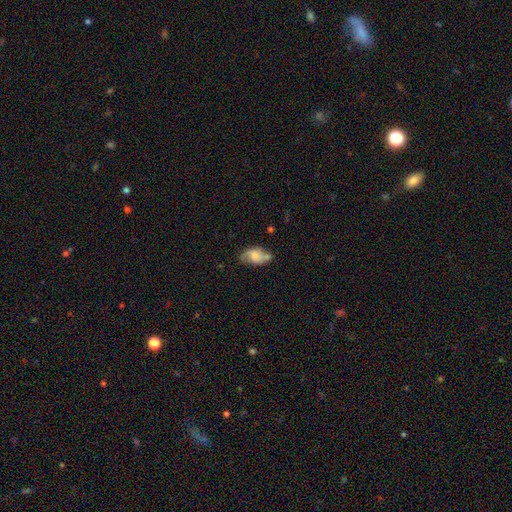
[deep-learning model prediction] Smooth or featured? smooth (60%)
How rounded? in between (90%)
Merging? none (48%)